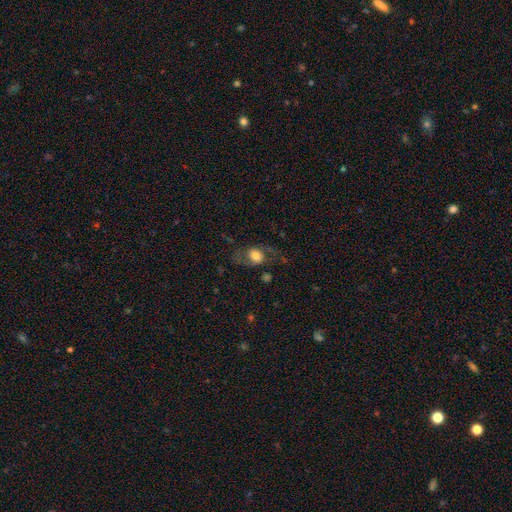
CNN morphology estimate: Q: Smooth or featured?
A: smooth (55%); runner-up: featured or disk (36%)
Q: How rounded?
A: in between (58%); runner-up: round (40%)
Q: Merging?
A: none (54%); runner-up: major disturbance (24%)